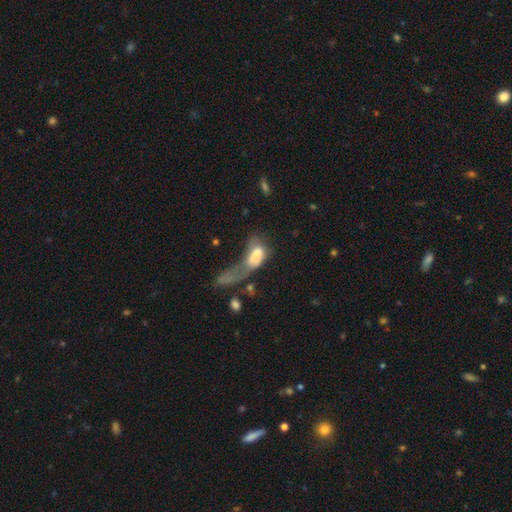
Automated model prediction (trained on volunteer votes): Smooth or featured? smooth (62%)
How rounded? in between (85%)
Merging? major disturbance (52%)